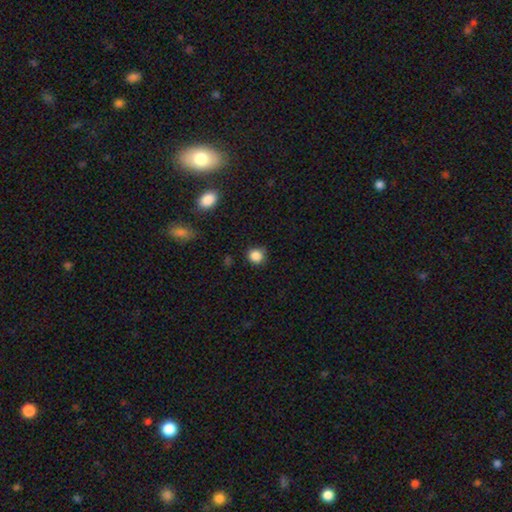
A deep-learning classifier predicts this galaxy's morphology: This is clearly a smooth galaxy (85%). How rounded: clearly round (87%). Merging: clearly none (81%).